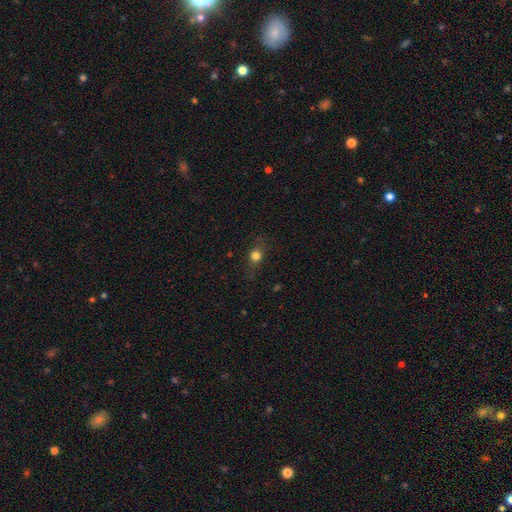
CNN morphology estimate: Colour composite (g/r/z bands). It shows a smooth galaxy with no disk features (66%) that is round (57%). Merging: none (76%).